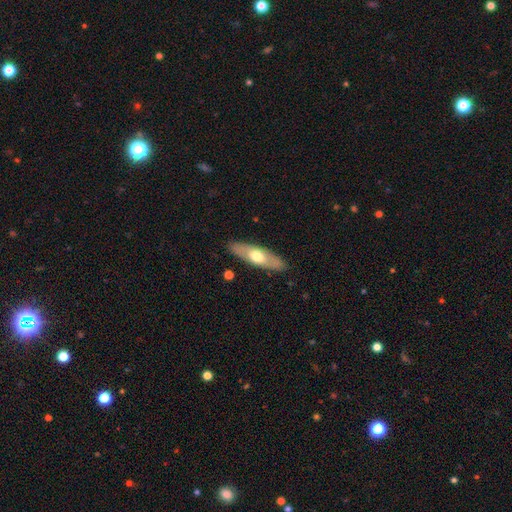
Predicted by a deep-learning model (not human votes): smooth_or_featured: smooth (p=0.51) [alt: featured or disk p=0.44]
how_rounded: in between (p=0.49) [alt: cigar-shaped p=0.48]
merging: none (p=0.88) [alt: minor disturbance p=0.09]